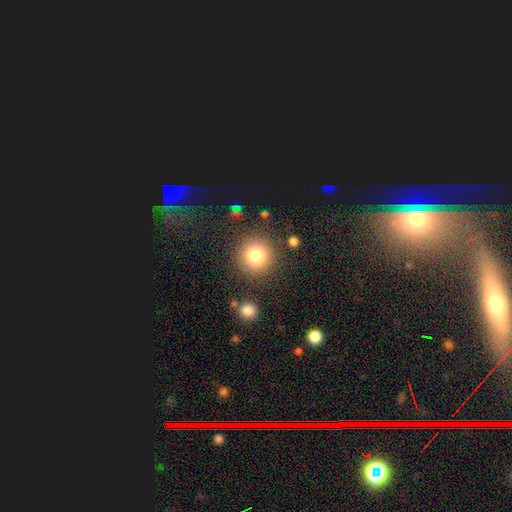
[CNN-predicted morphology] Overall: smooth (79%). How rounded: round (94%). Merging: none (86%).